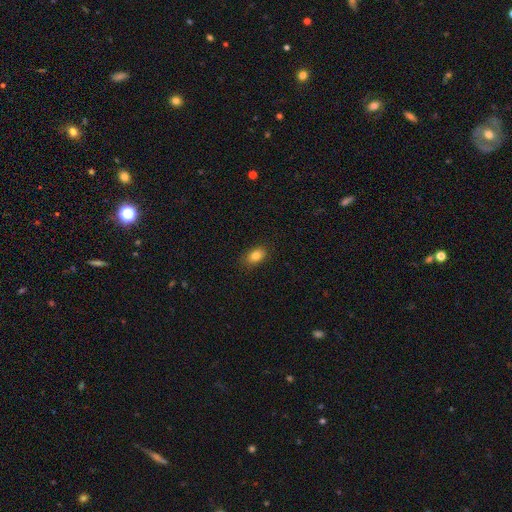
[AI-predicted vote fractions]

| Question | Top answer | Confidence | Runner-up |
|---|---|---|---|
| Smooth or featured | smooth | 83% | star or artifact (10%) |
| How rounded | in between | 81% | round (17%) |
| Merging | none | 85% | minor disturbance (11%) |